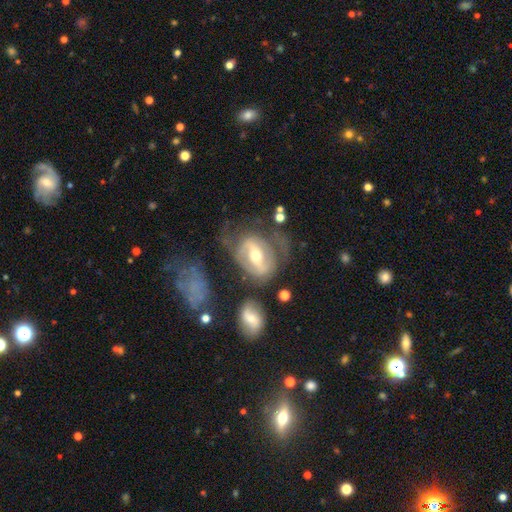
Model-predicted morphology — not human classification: Q: Smooth or featured?
A: featured or disk (78%); runner-up: smooth (16%)
Q: Edge-on disk?
A: no (94%); runner-up: yes (6%)
Q: Bar?
A: strong (56%); runner-up: weak (30%)
Q: Spiral arms?
A: yes (74%); runner-up: no (26%)
Q: Spiral winding?
A: medium (41%); runner-up: tight (34%)
Q: Spiral arm count?
A: 2 (71%); runner-up: can't tell (18%)
Q: Bulge size?
A: moderate (64%); runner-up: small (29%)
Q: Merging?
A: none (51%); runner-up: major disturbance (21%)